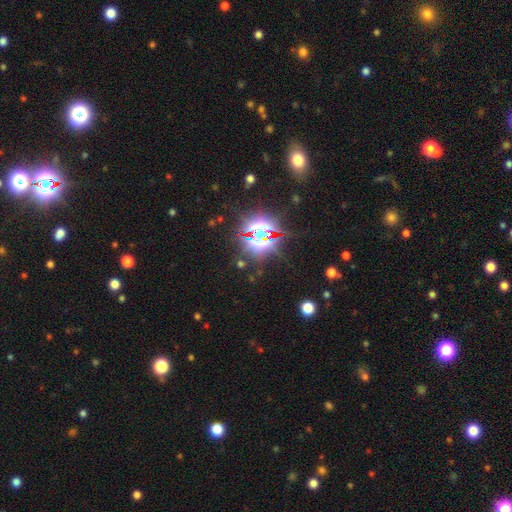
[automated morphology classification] A star or artifact, not a galaxy (82%).

Vote fractions:
- Smooth or featured? star or artifact: 82% / smooth: 10% / featured or disk: 7%